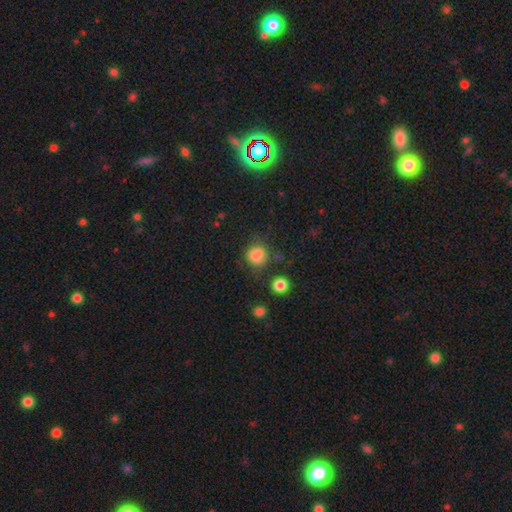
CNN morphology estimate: Overall: smooth (81%). How rounded: round (70%). Merging: none (62%).